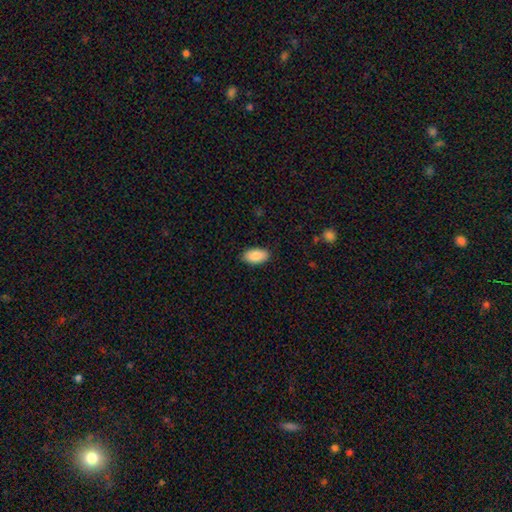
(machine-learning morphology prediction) Smooth or featured? Predicted: smooth (p=0.88). How rounded? Predicted: in between (p=0.95). Merging? Predicted: none (p=0.88).